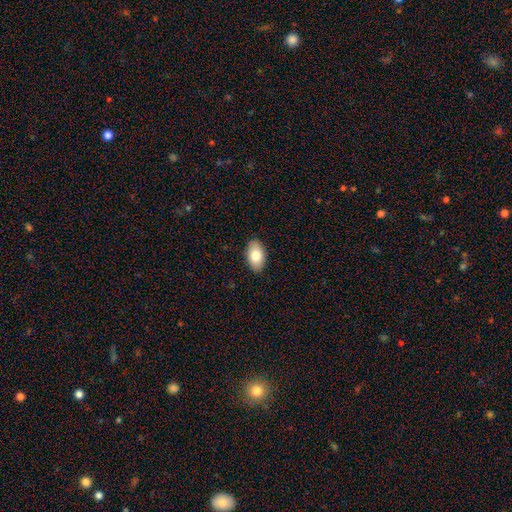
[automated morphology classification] This appears to be a smooth galaxy with no disk features (80%) that is in between round and cigar-shaped (93%). Merging: none (89%).